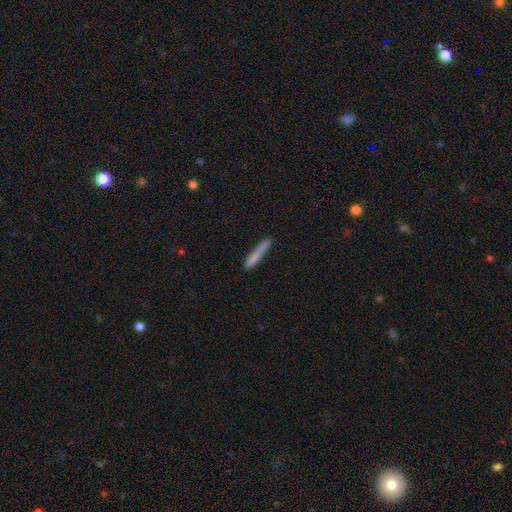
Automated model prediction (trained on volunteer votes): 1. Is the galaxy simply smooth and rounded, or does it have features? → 79% smooth, 15% featured or disk, 7% star or artifact.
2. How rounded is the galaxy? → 94% cigar-shaped, 4% in between, 1% round.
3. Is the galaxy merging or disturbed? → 77% none, 16% minor disturbance, 4% major disturbance, 3% merger.